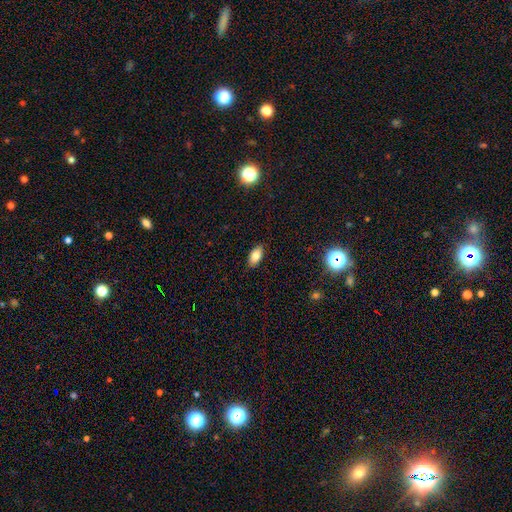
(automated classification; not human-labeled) A smooth galaxy with no disk features (81%) that is in between round and cigar-shaped (92%). Merging: none (88%).